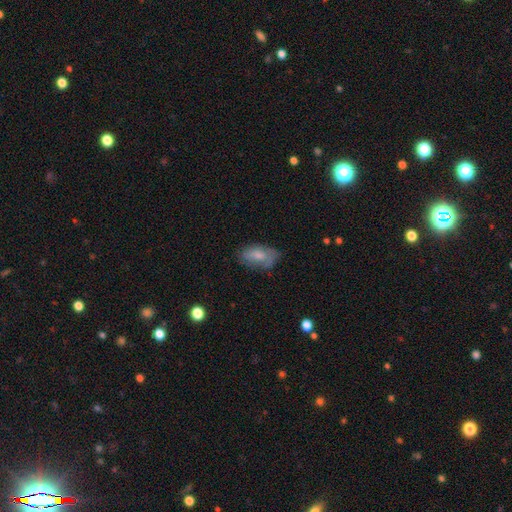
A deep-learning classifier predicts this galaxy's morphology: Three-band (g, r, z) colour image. It shows a smooth galaxy with no disk features (59%) that is in between round and cigar-shaped (90%). Merging: none (64%).